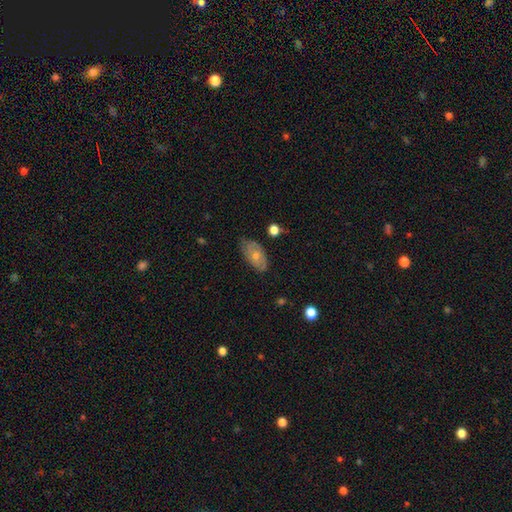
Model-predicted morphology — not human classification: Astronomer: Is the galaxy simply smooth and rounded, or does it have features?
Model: smooth — 47% (runner-up: featured or disk, 46%).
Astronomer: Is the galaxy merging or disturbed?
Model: none — 68%.